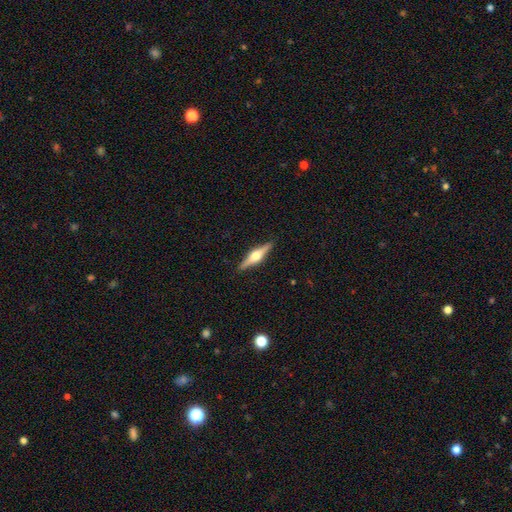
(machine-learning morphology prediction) Smooth or featured: featured or disk — 73% (smooth — 22%)
Edge-on disk: yes — 98% (no — 2%)
Edge-on bulge: rounded — 94% (boxy — 4%)
Merging: none — 91% (minor disturbance — 7%)